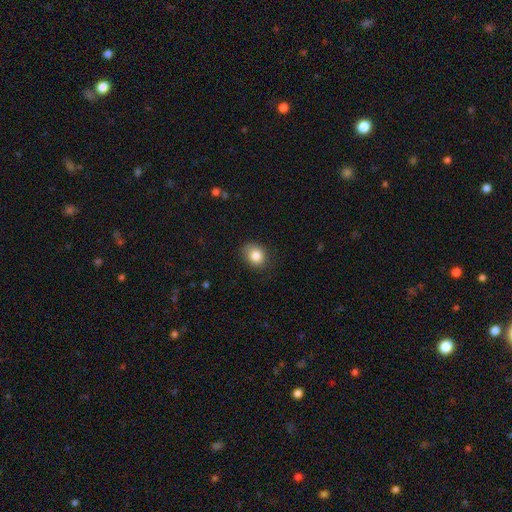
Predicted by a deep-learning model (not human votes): Smooth or featured?
  - smooth: 83% *
  - star or artifact: 10%
  - featured or disk: 7%
How rounded?
  - round: 60% *
  - in between: 39%
  - cigar-shaped: 1%
Merging?
  - none: 76% *
  - minor disturbance: 19%
  - major disturbance: 4%
  - merger: 1%